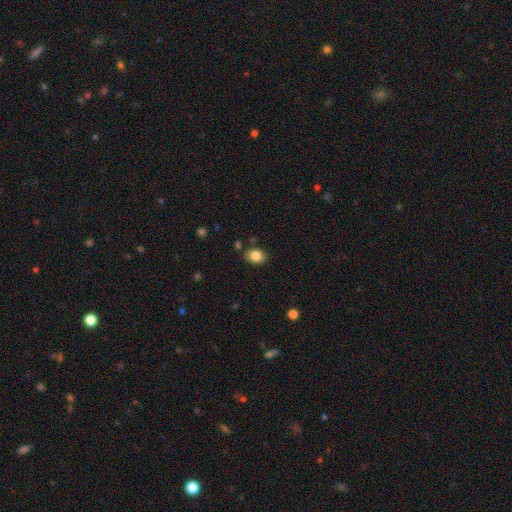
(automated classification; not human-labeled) The model was most divided on "how rounded": in between: 63%, round: 36%, cigar-shaped: 1%. More confident: smooth or featured — smooth (84%); merging — none (82%).